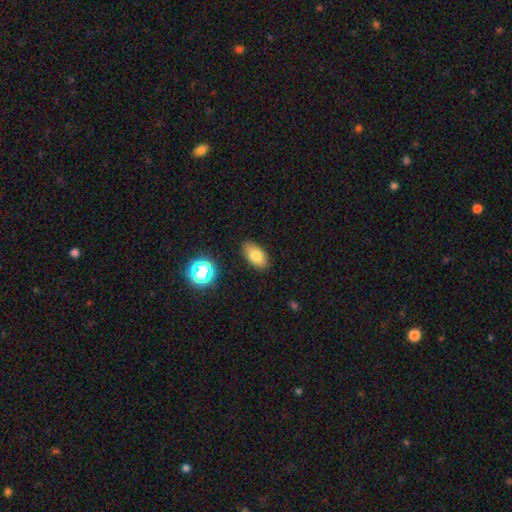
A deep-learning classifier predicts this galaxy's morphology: Q: Smooth or featured?
A: smooth (77%); runner-up: featured or disk (12%)
Q: How rounded?
A: in between (90%); runner-up: round (5%)
Q: Merging?
A: none (87%); runner-up: minor disturbance (9%)